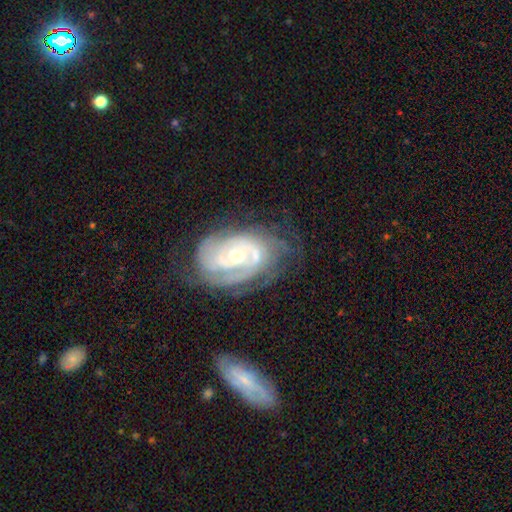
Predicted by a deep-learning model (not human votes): Morphology: type=featured or disk (85%); edge-on=no (97%); bar=no (57%); spiral arms=yes (93%); winding=tight (57%); arm count=2 (46%); bulge=small (52%); merging=none (59%).